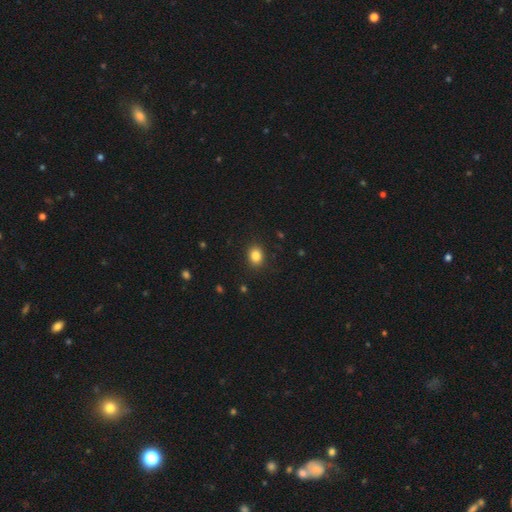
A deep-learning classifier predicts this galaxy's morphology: smooth 85%, star or artifact 11%, featured or disk 5%. Down the decision tree: how rounded — round (56%); merging — none (89%).